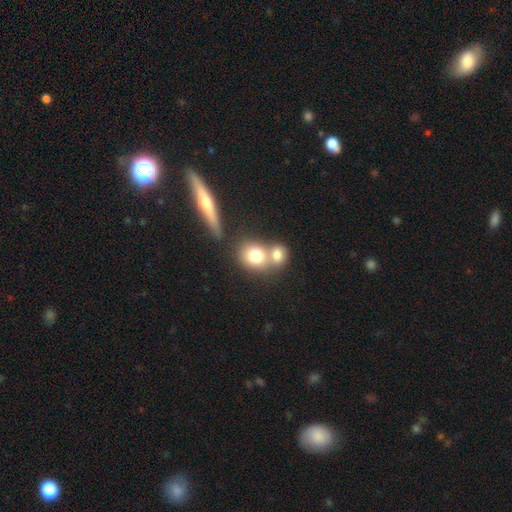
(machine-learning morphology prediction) Smooth or featured? smooth (76%)
How rounded? round (61%)
Merging? merger (53%)